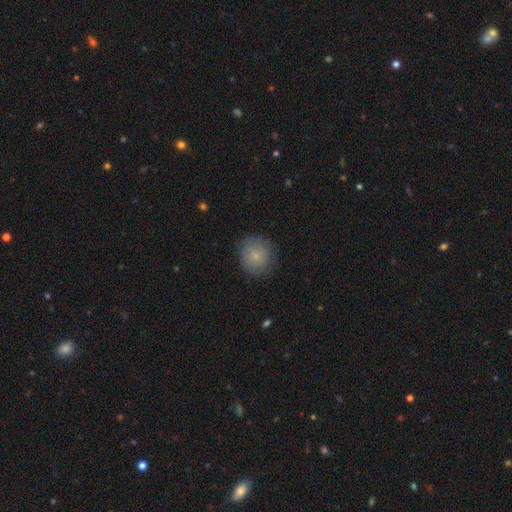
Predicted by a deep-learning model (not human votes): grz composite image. It shows a smooth galaxy with no disk features (81%) that is round (89%). Merging: none (81%).